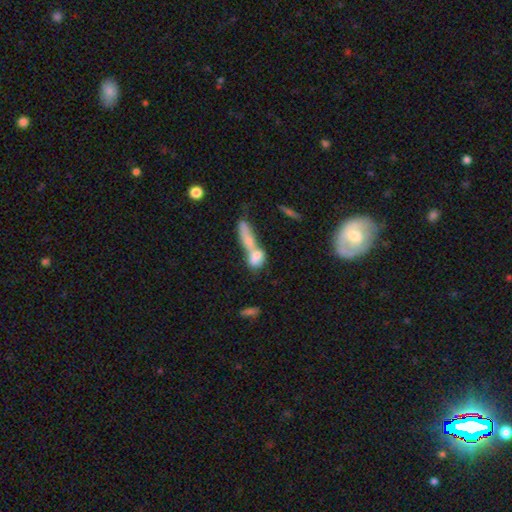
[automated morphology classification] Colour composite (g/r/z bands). It shows a smooth galaxy with no disk features (66%) that is in between round and cigar-shaped (53%). Merging: merger (71%).